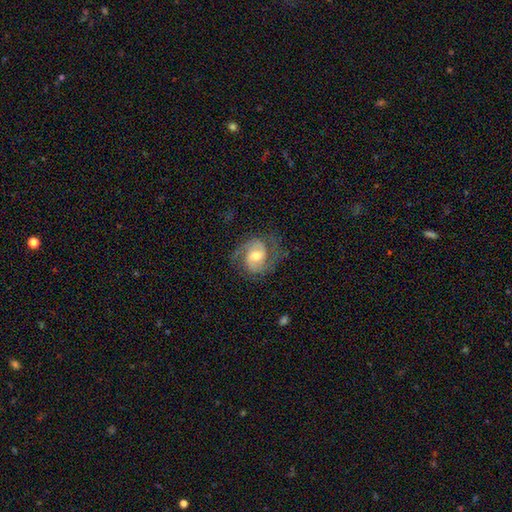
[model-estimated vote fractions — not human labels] smooth-or-featured: featured or disk: 86% | smooth: 8% | star or artifact: 5%
  disk-edge-on: no: 98% | yes: 2%
    bar: no: 47% | weak: 43% | strong: 10%
    has-spiral-arms: yes: 97% | no: 3%
      spiral-winding: medium: 54% | tight: 32% | loose: 15%
      spiral-arm-count: 2: 90% | can't tell: 4% | 3: 2% | 1: 2% | 4: 1% | more than 4: 1%
    bulge-size: moderate: 69% | small: 18% | large: 10% | none: 2% | dominant: 1%
  merging: none: 74% | minor disturbance: 17% | major disturbance: 8% | merger: 1%